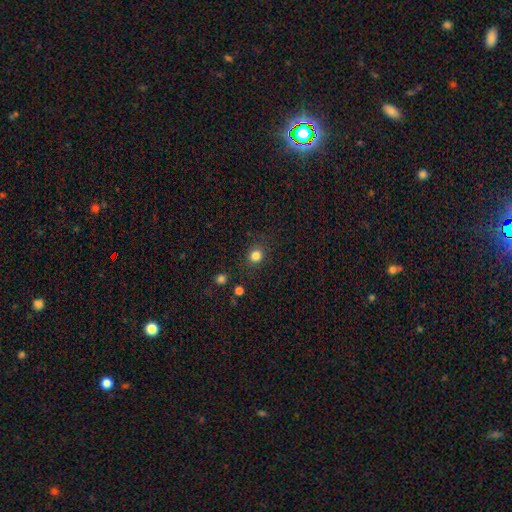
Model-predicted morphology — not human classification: A smooth galaxy with no disk features (82%) that is round (85%).

Vote fractions:
- Smooth or featured? smooth: 82% / star or artifact: 13% / featured or disk: 5%
- How rounded? round: 85% / in between: 14% / cigar-shaped: 1%
- Merging? none: 86% / minor disturbance: 9% / major disturbance: 3% / merger: 2%